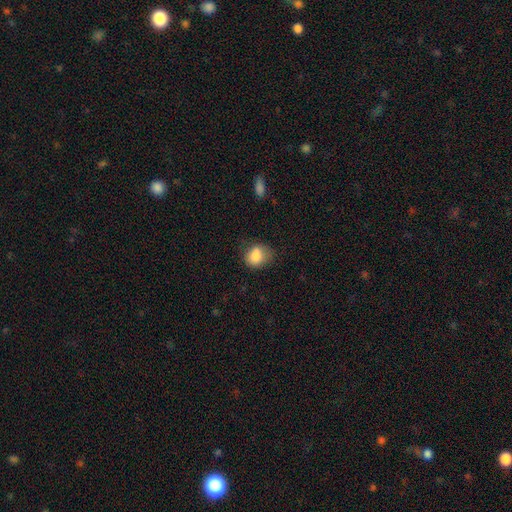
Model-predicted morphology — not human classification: Q: Smooth or featured?
A: smooth (83%); runner-up: star or artifact (9%)
Q: How rounded?
A: round (55%); runner-up: in between (44%)
Q: Merging?
A: none (57%); runner-up: minor disturbance (30%)